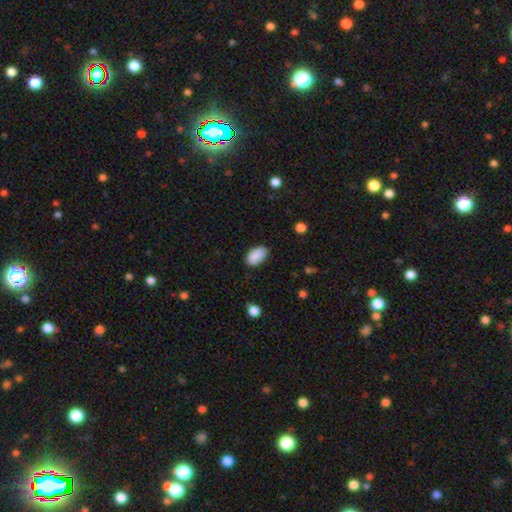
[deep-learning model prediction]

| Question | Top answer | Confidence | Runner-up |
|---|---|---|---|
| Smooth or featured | smooth | 90% | star or artifact (7%) |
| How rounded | in between | 94% | round (4%) |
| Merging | none | 84% | minor disturbance (12%) |